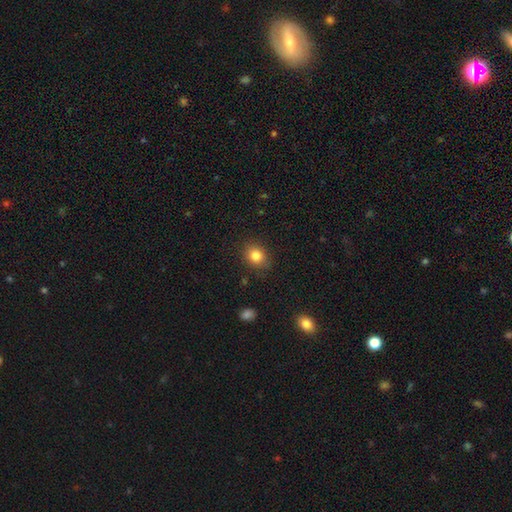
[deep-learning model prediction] This is clearly a smooth galaxy (83%). How rounded: possibly round (59%). Merging: clearly none (83%).